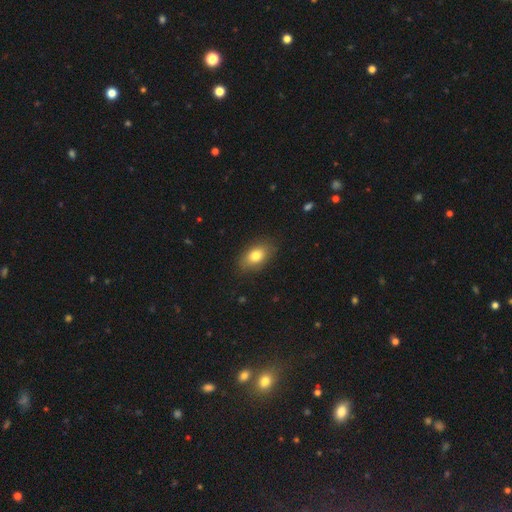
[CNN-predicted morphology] This appears to be a smooth galaxy with no disk features (79%) that is in between round and cigar-shaped (86%). Merging: none (84%).